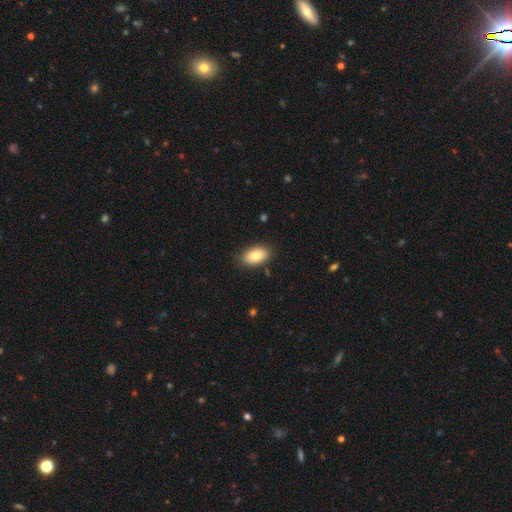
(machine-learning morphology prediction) type=smooth (83%); roundness=in between (93%); merging=none (84%).